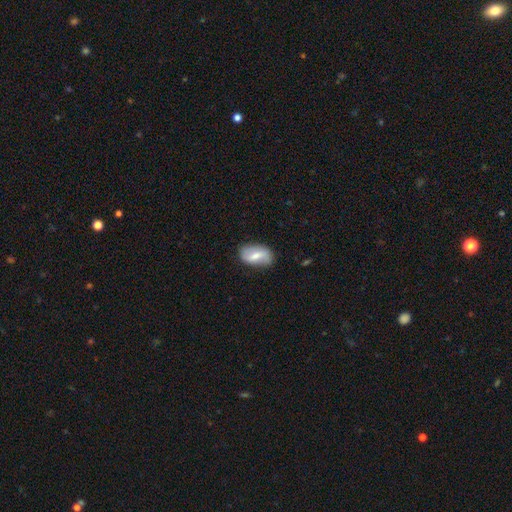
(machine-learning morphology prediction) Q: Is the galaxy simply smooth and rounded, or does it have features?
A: smooth — 49%.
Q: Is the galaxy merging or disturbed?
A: none — 77%.